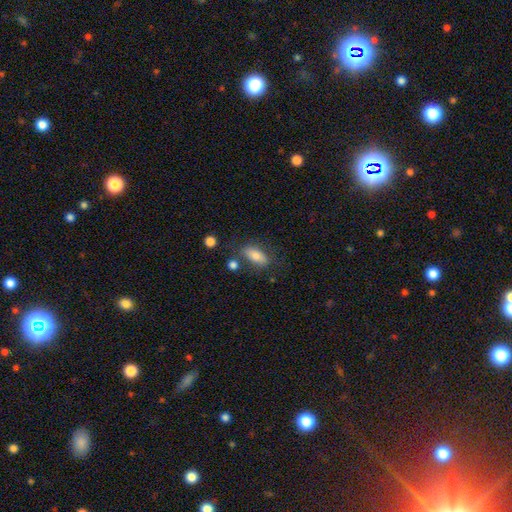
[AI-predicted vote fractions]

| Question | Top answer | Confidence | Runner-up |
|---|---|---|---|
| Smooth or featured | smooth | 75% | featured or disk (17%) |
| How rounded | in between | 78% | cigar-shaped (18%) |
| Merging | none | 72% | minor disturbance (15%) |